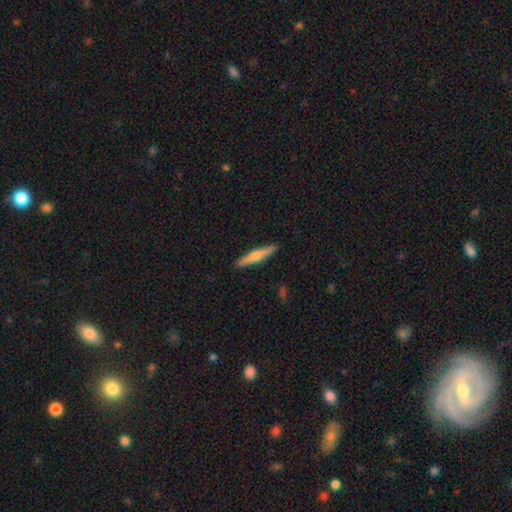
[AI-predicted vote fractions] This is possibly a smooth galaxy (49%). Merging: clearly none (91%).